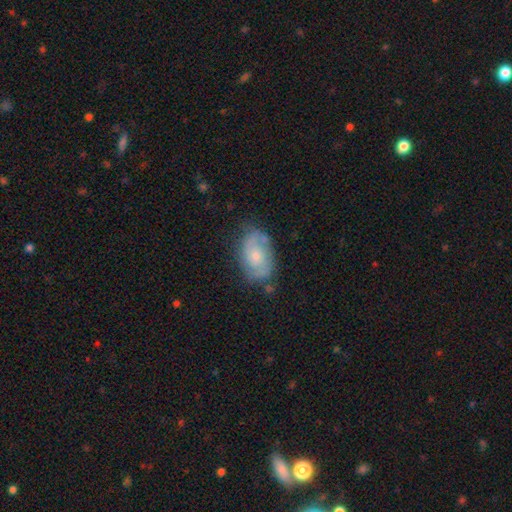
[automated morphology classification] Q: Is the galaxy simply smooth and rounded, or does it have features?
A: featured or disk — 57%.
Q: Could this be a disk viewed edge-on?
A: no — 96%.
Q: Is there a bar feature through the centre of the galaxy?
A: no — 70%.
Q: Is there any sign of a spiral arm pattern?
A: yes — 81%.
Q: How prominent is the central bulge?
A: small — 46%.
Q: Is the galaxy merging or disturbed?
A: none — 66%.